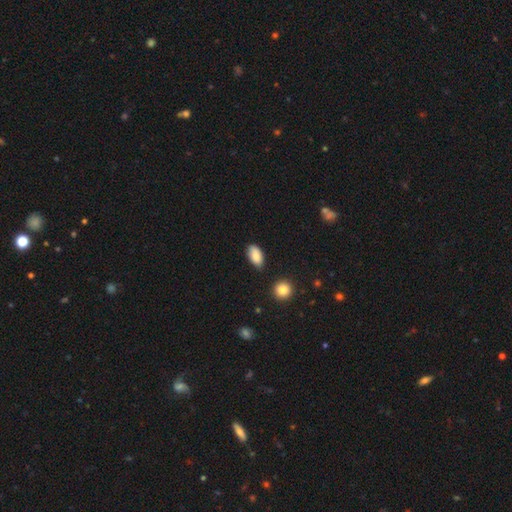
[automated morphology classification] type=smooth (86%); roundness=in between (93%); merging=none (82%).